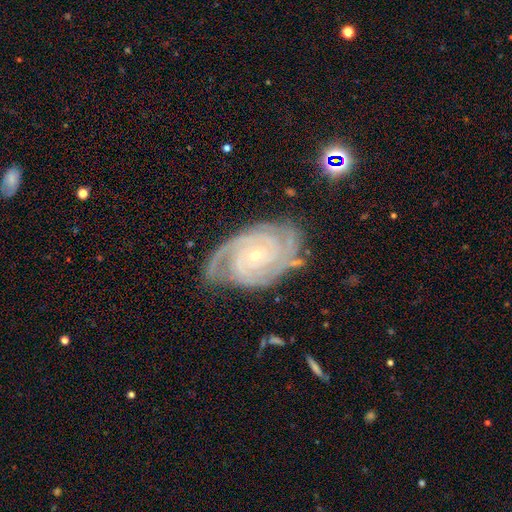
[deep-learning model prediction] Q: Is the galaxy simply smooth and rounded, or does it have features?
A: featured or disk — 91%.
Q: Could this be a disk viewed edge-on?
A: no — 97%.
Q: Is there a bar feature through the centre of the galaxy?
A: no — 70%.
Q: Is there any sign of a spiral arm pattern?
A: yes — 98%.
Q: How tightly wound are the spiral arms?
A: tight — 76%.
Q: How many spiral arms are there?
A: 3 — 31%.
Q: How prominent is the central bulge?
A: small — 80%.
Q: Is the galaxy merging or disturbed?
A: none — 71%.